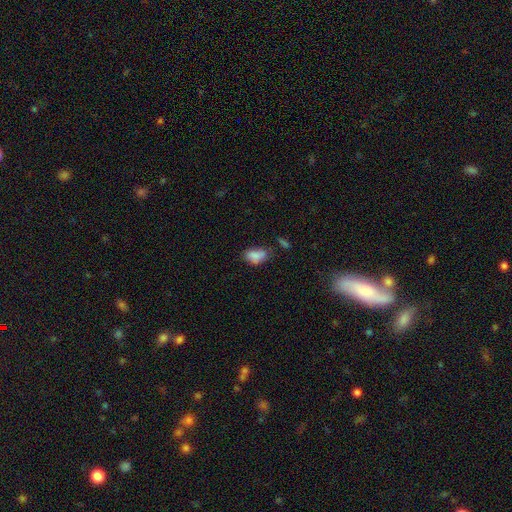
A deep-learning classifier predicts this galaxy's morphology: smooth-or-featured: smooth: 78% | featured or disk: 11% | star or artifact: 10%
  how-rounded: in between: 89% | round: 9% | cigar-shaped: 3%
  merging: none: 45% | minor disturbance: 28% | merger: 15% | major disturbance: 11%